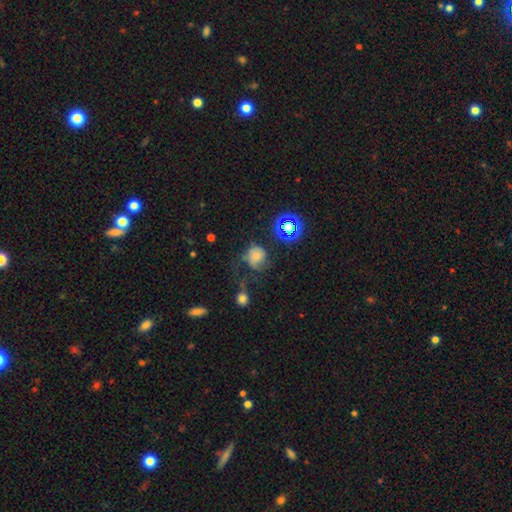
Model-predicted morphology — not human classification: smooth-or-featured: smooth: 52% | featured or disk: 28% | star or artifact: 21%
  how-rounded: round: 81% | in between: 18% | cigar-shaped: 1%
  merging: none: 42% | major disturbance: 28% | minor disturbance: 24% | merger: 6%